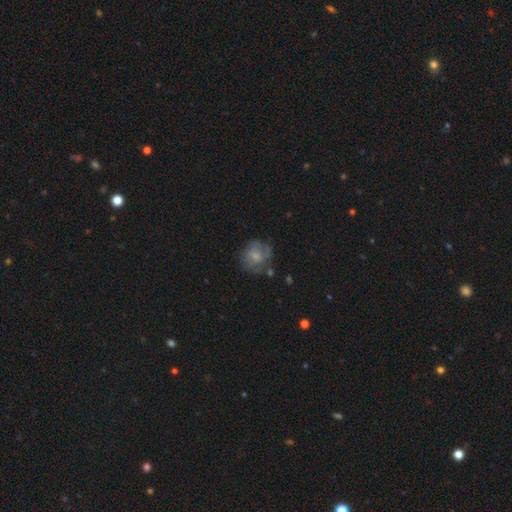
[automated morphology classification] Q: Smooth or featured?
A: smooth (55%); runner-up: featured or disk (36%)
Q: How rounded?
A: round (76%); runner-up: in between (23%)
Q: Merging?
A: none (58%); runner-up: minor disturbance (24%)